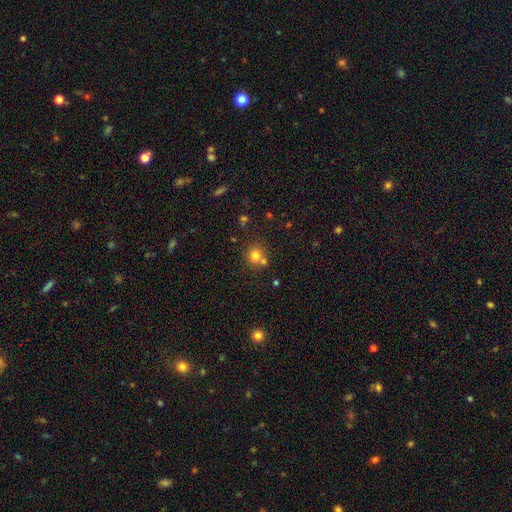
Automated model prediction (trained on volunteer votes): Q: Smooth or featured?
A: smooth (77%); runner-up: star or artifact (14%)
Q: How rounded?
A: round (85%); runner-up: in between (14%)
Q: Merging?
A: none (60%); runner-up: merger (27%)